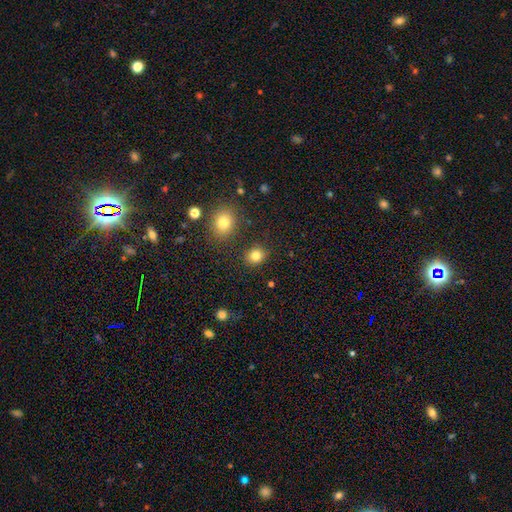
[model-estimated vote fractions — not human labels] A smooth galaxy with no disk features (82%) that is round (73%). Merging: none (86%).